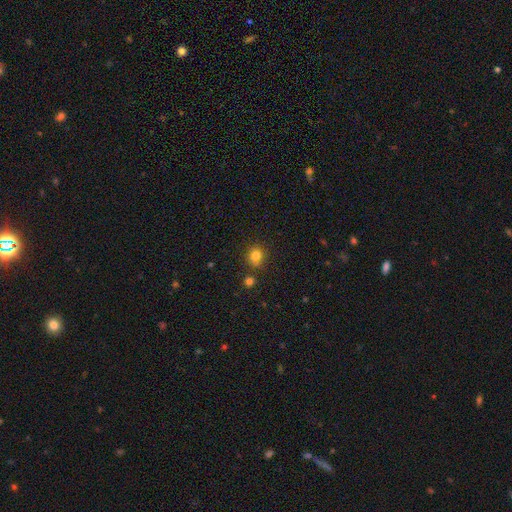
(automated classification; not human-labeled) Smooth or featured?
  - smooth: 80% *
  - star or artifact: 14%
  - featured or disk: 7%
How rounded?
  - round: 83% *
  - in between: 16%
  - cigar-shaped: 1%
Merging?
  - none: 72% *
  - merger: 13%
  - minor disturbance: 12%
  - major disturbance: 3%